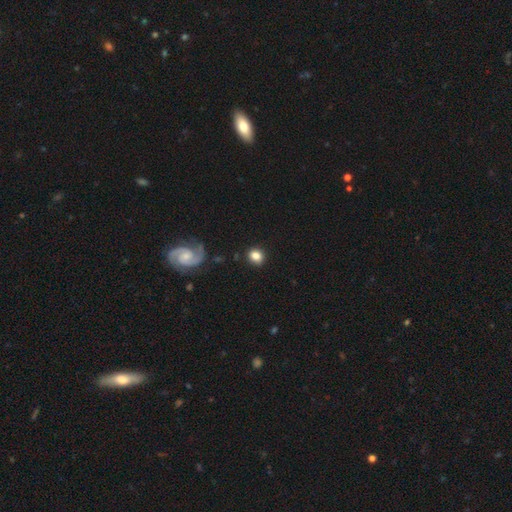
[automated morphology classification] A smooth galaxy with no disk features (81%) that is round (69%). Merging: none (87%).